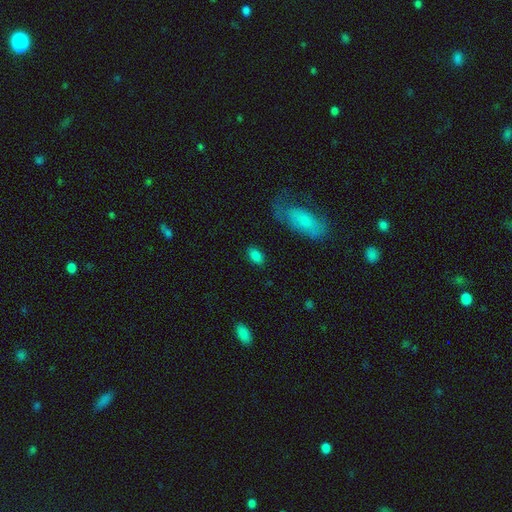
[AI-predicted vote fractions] This is clearly a smooth galaxy (85%). How rounded: clearly in between (91%). Merging: clearly none (84%).